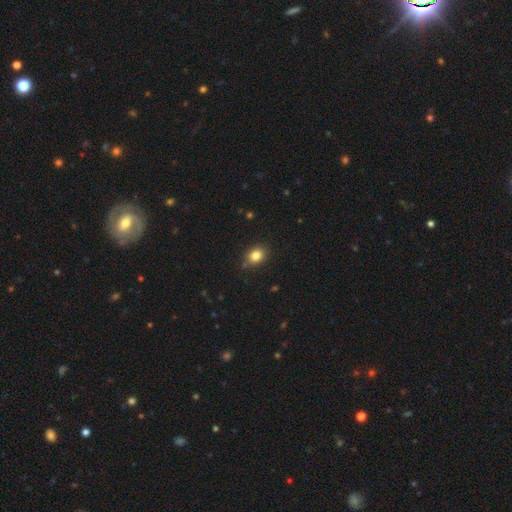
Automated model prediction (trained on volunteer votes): Q: Smooth or featured?
A: smooth (84%); runner-up: star or artifact (10%)
Q: How rounded?
A: in between (56%); runner-up: round (43%)
Q: Merging?
A: none (84%); runner-up: minor disturbance (12%)